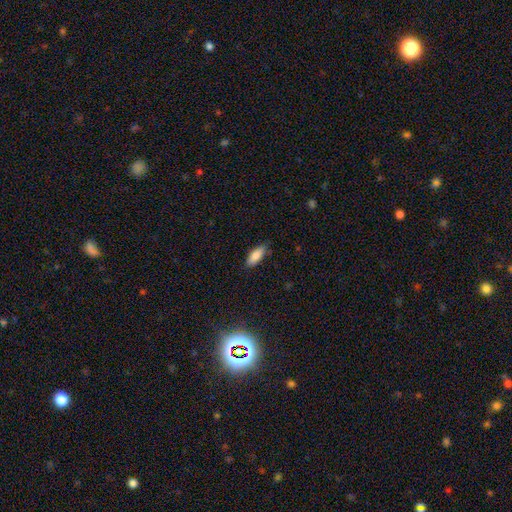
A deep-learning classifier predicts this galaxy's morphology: This is clearly a smooth galaxy (83%). How rounded: likely in between (72%). Merging: clearly none (83%).